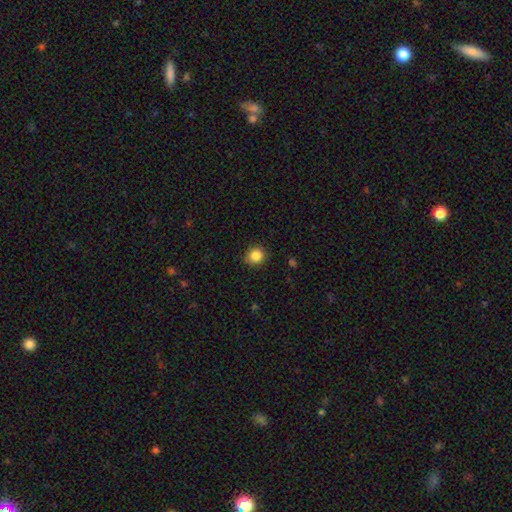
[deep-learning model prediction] Morphology: type=smooth (86%); roundness=round (85%); merging=none (87%).